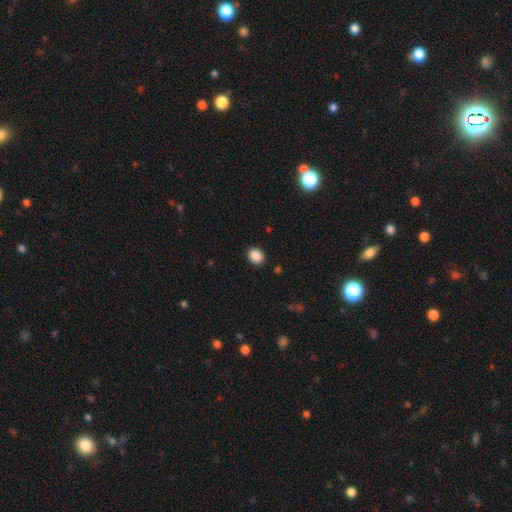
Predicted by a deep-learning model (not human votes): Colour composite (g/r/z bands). It shows a smooth galaxy with no disk features (88%) that is round (57%). Merging: none (91%).